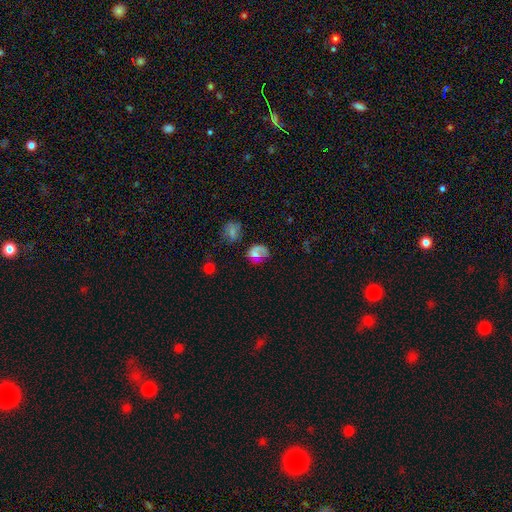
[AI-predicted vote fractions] Overall: smooth (52%; featured or disk 27%). How rounded: round (61%; in between 38%). Merging: none (61%).